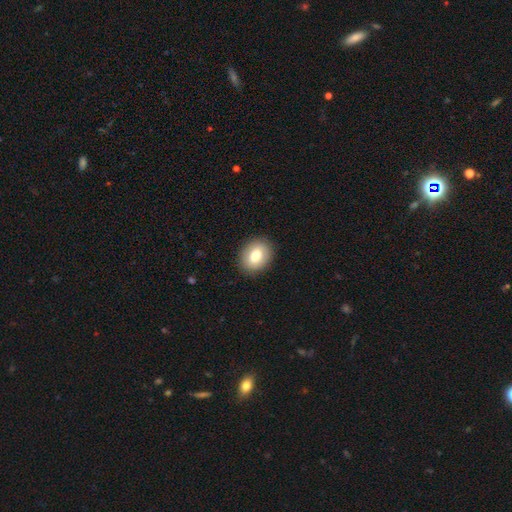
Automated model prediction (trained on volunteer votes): smooth_or_featured: smooth (p=0.79) [alt: featured or disk p=0.14]
how_rounded: in between (p=0.61) [alt: round p=0.38]
merging: none (p=0.89) [alt: minor disturbance p=0.08]